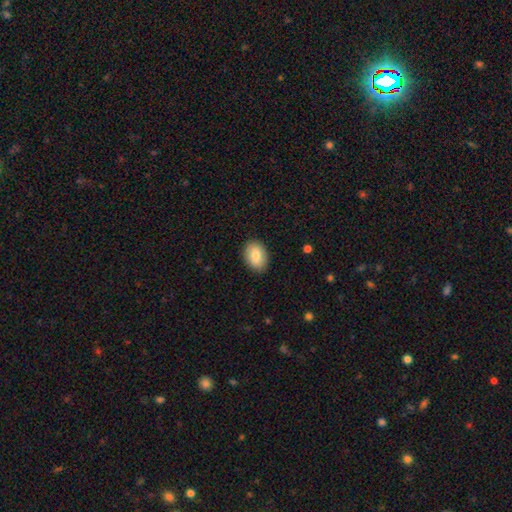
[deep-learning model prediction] This appears to be a smooth galaxy with no disk features (82%) that is in between round and cigar-shaped (82%). Merging: none (88%).